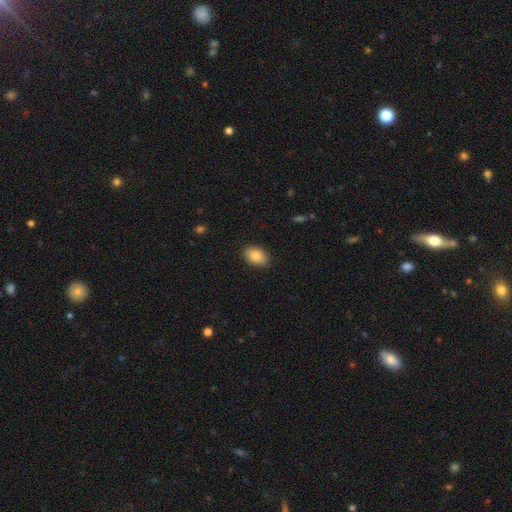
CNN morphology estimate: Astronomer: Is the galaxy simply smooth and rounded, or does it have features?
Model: smooth — 85%.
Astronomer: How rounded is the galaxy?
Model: in between — 88%.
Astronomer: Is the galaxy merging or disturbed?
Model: none — 88%.